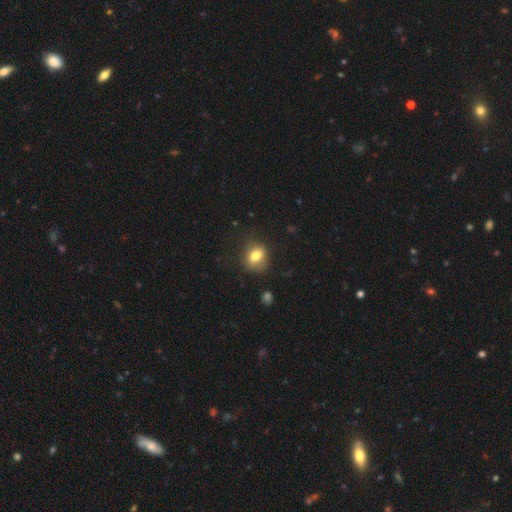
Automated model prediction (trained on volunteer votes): Overall: smooth (77%). How rounded: round (50%; in between 49%). Merging: none (75%).